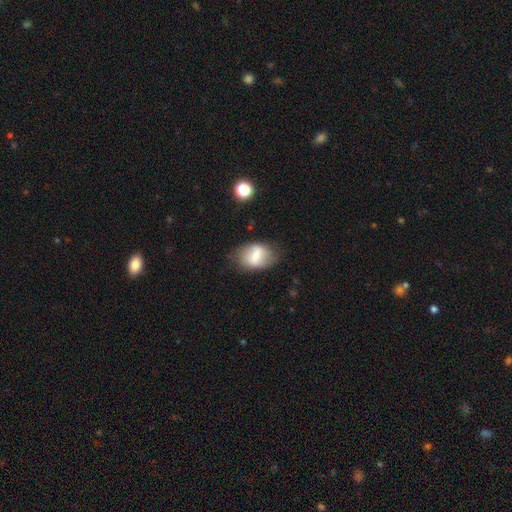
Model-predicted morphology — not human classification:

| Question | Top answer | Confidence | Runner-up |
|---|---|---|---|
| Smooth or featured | smooth | 54% | featured or disk (38%) |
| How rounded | in between | 79% | round (19%) |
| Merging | none | 72% | minor disturbance (20%) |